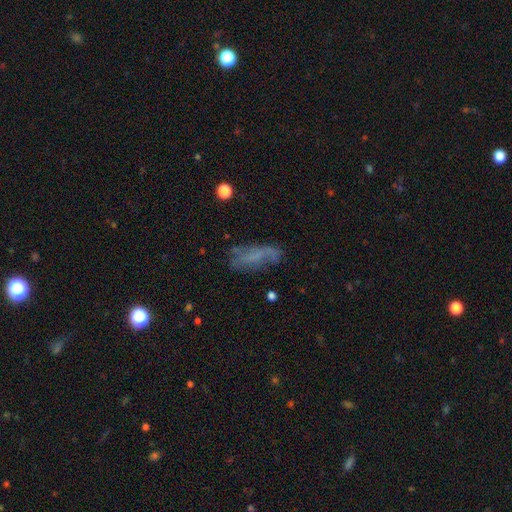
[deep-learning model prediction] A featured or disk galaxy (44%).

Vote fractions:
- Smooth or featured? featured or disk: 44% / smooth: 43% / star or artifact: 13%
- Merging? none: 57% / minor disturbance: 25% / major disturbance: 15% / merger: 4%